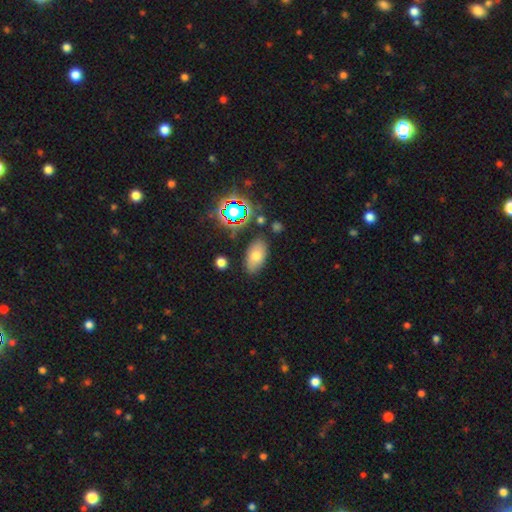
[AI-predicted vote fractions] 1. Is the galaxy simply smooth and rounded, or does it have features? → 67% smooth, 18% star or artifact, 14% featured or disk.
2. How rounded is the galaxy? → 90% in between, 7% round, 3% cigar-shaped.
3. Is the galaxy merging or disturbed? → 80% none, 13% minor disturbance, 3% merger, 3% major disturbance.